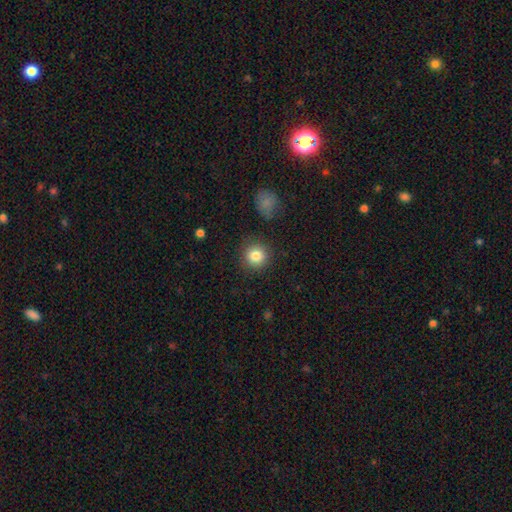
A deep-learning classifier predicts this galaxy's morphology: Smooth or featured? smooth (84%)
How rounded? round (92%)
Merging? none (87%)